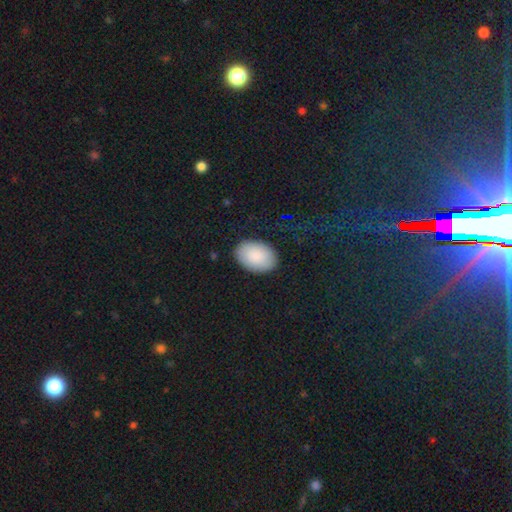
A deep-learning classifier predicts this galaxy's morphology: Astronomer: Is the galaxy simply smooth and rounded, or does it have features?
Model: smooth — 88%.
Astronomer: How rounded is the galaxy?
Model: in between — 88%.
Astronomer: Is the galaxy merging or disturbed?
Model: none — 86%.